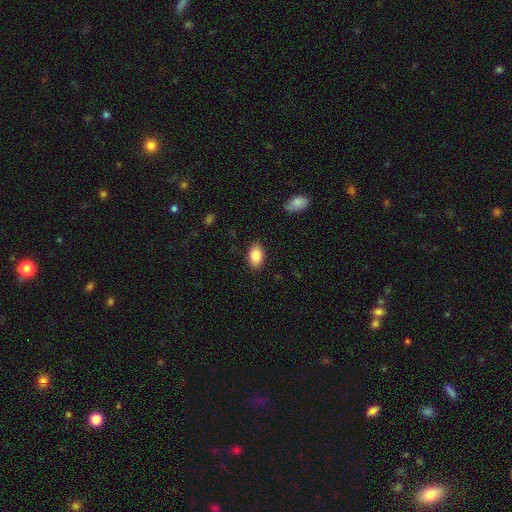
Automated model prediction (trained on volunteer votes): The model was most divided on "merging": none: 86%, minor disturbance: 10%, major disturbance: 2%, merger: 1%. More confident: how rounded — in between (91%); smooth or featured — smooth (87%).